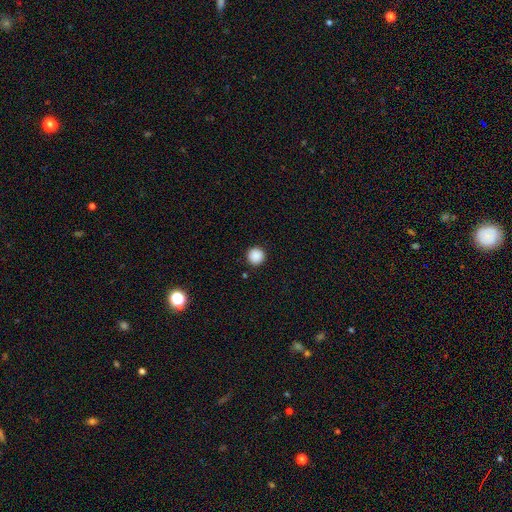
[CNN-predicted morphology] This appears to be a smooth galaxy with no disk features (88%) that is round (97%). Merging: none (93%).